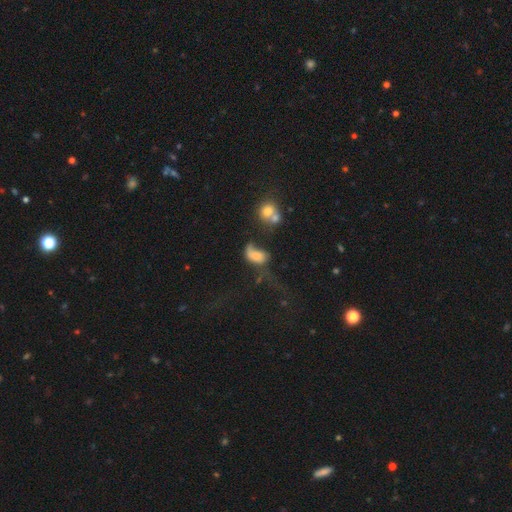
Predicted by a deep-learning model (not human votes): Smooth or featured?
  - smooth: 60% *
  - featured or disk: 28%
  - star or artifact: 12%
How rounded?
  - in between: 85% *
  - round: 12%
  - cigar-shaped: 3%
Merging?
  - major disturbance: 47% *
  - merger: 21%
  - none: 17%
  - minor disturbance: 15%